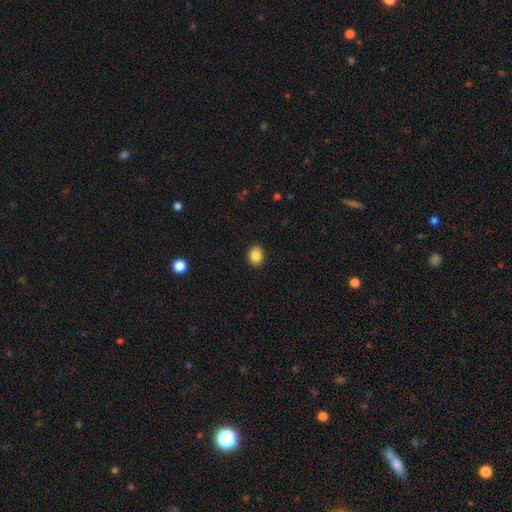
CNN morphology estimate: smooth-or-featured: smooth: 86% | star or artifact: 9% | featured or disk: 5%
  how-rounded: round: 62% | in between: 37% | cigar-shaped: 1%
  merging: none: 91% | minor disturbance: 6% | major disturbance: 2% | merger: 1%